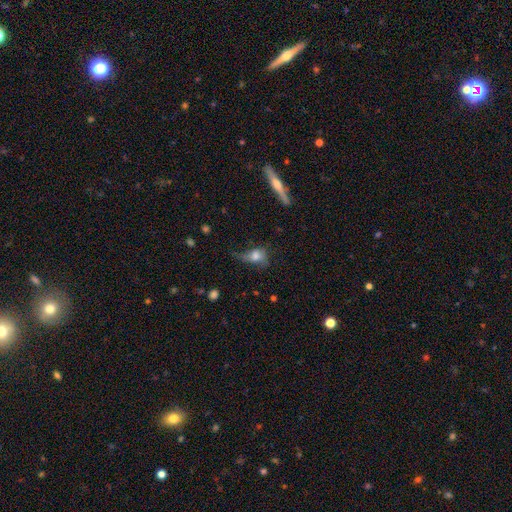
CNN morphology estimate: type=smooth (66%); roundness=in between (59%); merging=major disturbance (39%).